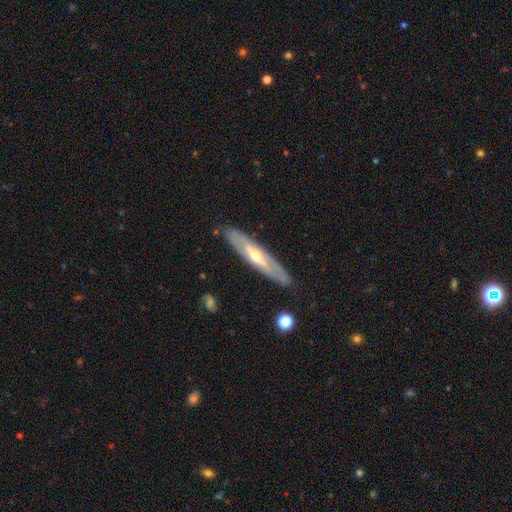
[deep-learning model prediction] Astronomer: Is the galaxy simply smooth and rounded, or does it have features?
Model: featured or disk — 68%.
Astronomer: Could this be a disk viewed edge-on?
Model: yes — 58% (runner-up: no, 42%).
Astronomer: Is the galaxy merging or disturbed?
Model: none — 86%.